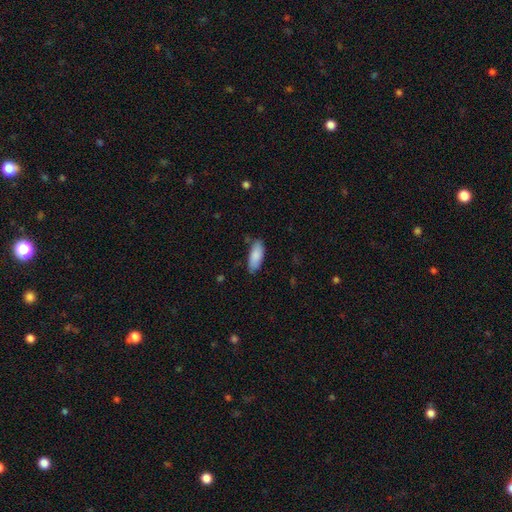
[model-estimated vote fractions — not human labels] Smooth or featured? Predicted: smooth (p=0.87). How rounded? Predicted: in between (p=0.81). Merging? Predicted: none (p=0.78).